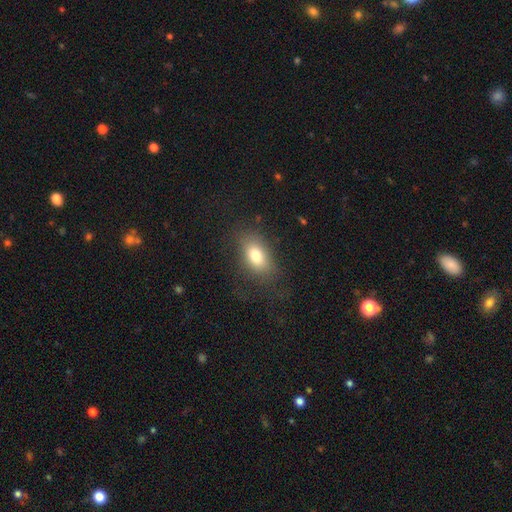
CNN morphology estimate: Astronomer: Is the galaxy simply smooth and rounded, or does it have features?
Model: smooth — 77%.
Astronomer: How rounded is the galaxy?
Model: in between — 85%.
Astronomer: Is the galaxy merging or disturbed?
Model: none — 71%.